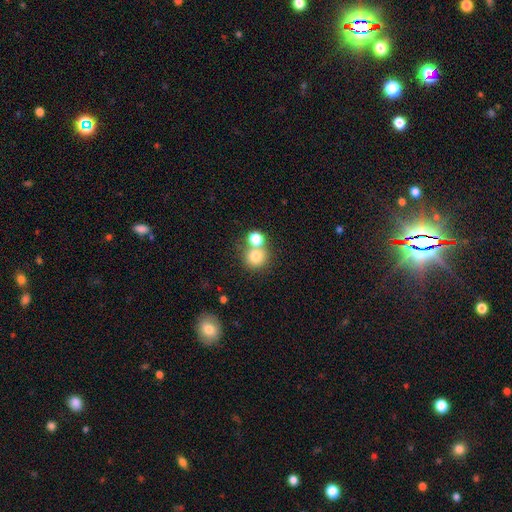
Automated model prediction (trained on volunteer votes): smooth-or-featured: smooth: 77% | star or artifact: 13% | featured or disk: 9%
  how-rounded: round: 88% | in between: 11% | cigar-shaped: 1%
  merging: none: 56% | merger: 33% | minor disturbance: 8% | major disturbance: 3%